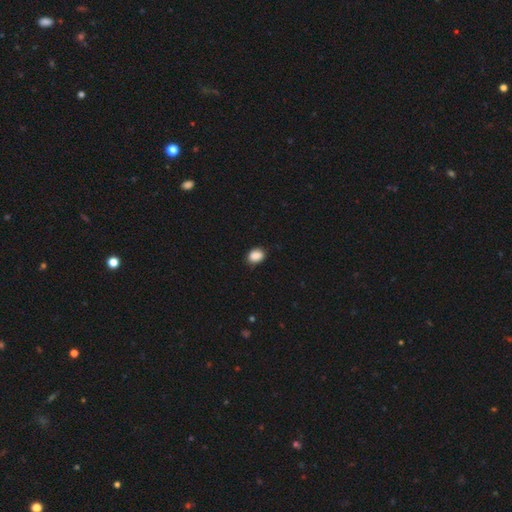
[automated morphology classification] Q: Smooth or featured?
A: smooth (88%); runner-up: star or artifact (9%)
Q: How rounded?
A: in between (59%); runner-up: round (40%)
Q: Merging?
A: none (83%); runner-up: minor disturbance (14%)